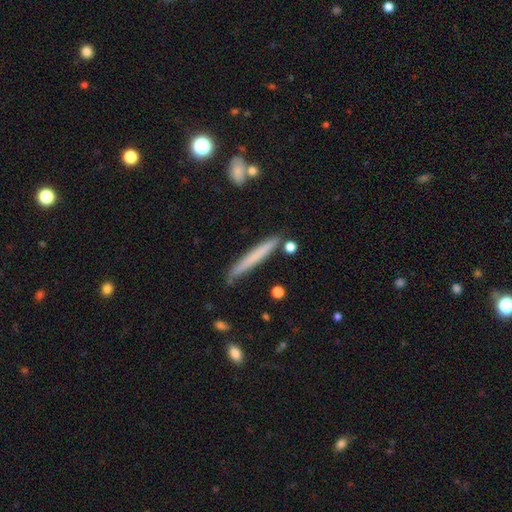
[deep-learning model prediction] This is likely a smooth galaxy (64%). How rounded: clearly cigar-shaped (97%). Merging: clearly none (85%).